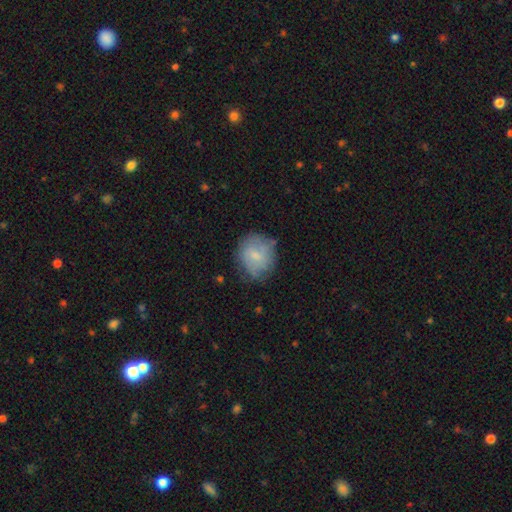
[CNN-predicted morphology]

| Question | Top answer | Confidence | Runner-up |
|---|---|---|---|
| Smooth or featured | smooth | 63% | featured or disk (29%) |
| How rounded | round | 74% | in between (25%) |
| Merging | none | 62% | minor disturbance (27%) |